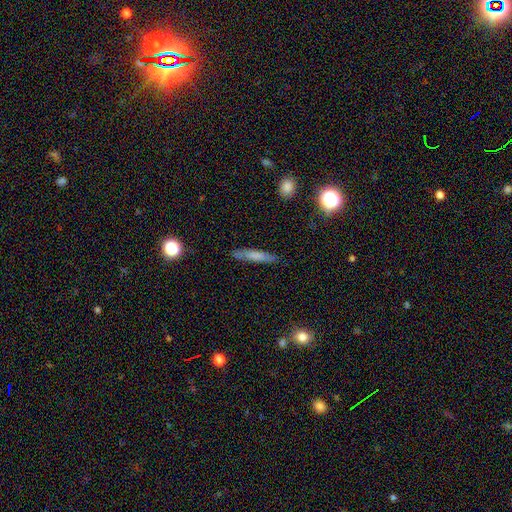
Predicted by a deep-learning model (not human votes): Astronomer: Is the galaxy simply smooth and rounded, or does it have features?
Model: smooth — 69%.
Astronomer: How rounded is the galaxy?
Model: cigar-shaped — 88%.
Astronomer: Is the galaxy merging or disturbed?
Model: none — 83%.